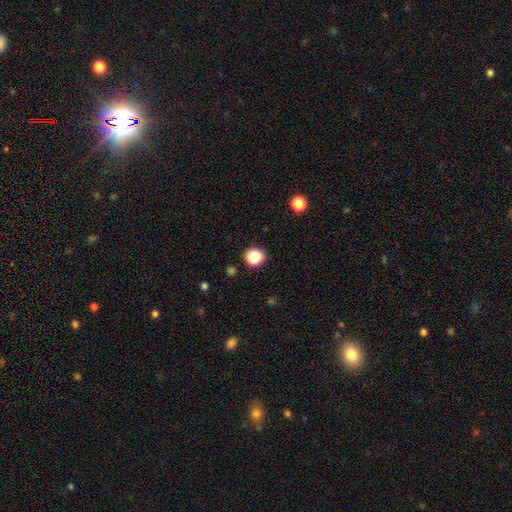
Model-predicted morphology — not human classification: Smooth or featured? smooth (84%)
How rounded? round (86%)
Merging? none (88%)